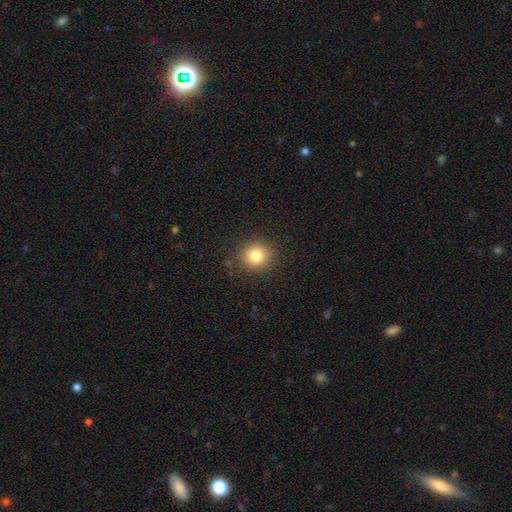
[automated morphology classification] Smooth or featured?
  - smooth: 82% *
  - star or artifact: 11%
  - featured or disk: 7%
How rounded?
  - round: 86% *
  - in between: 13%
  - cigar-shaped: 1%
Merging?
  - none: 89% *
  - minor disturbance: 7%
  - major disturbance: 3%
  - merger: 1%